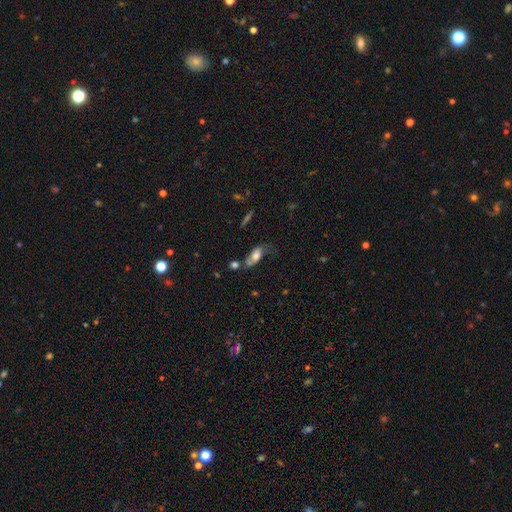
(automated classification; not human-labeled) Overall: smooth (56%; featured or disk 35%). How rounded: in between (82%). Merging: none (39%; minor disturbance 27%).